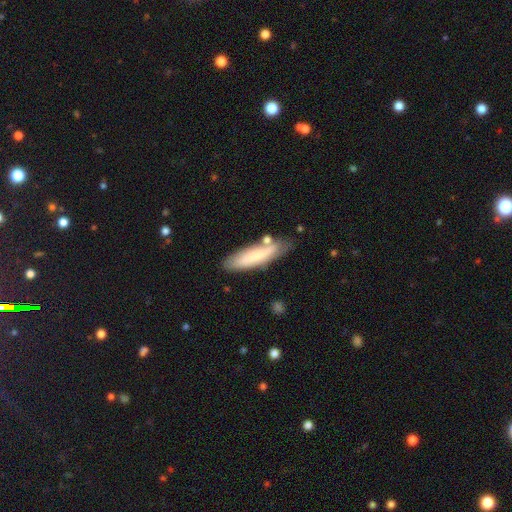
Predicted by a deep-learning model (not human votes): smooth_or_featured: smooth (p=0.67) [alt: featured or disk p=0.27]
how_rounded: cigar-shaped (p=0.72) [alt: in between p=0.26]
merging: none (p=0.71) [alt: minor disturbance p=0.18]